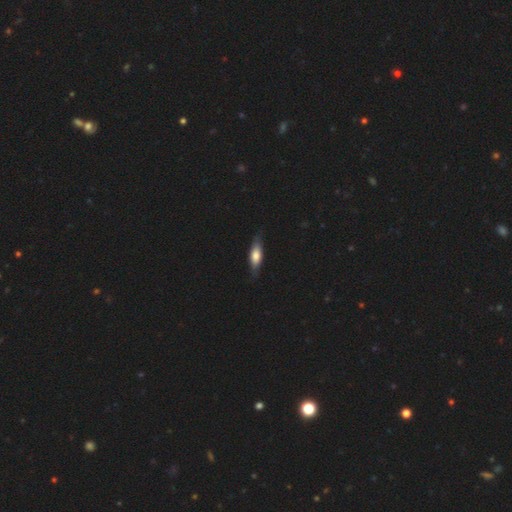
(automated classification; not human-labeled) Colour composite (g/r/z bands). It shows a smooth galaxy with no disk features (66%) that is in between round and cigar-shaped (56%). Merging: none (79%).